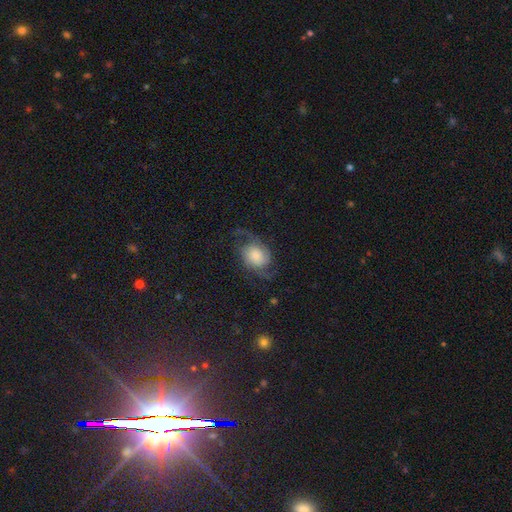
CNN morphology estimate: The model was most divided on "spiral winding": loose: 51%, medium: 38%, tight: 12%. Remaining: edge-on disk — no (97%); spiral arms — yes (95%); spiral arm count — 2 (87%); bar — no (73%); smooth or featured — featured or disk (71%); merging — none (64%); bulge size — large (36%).